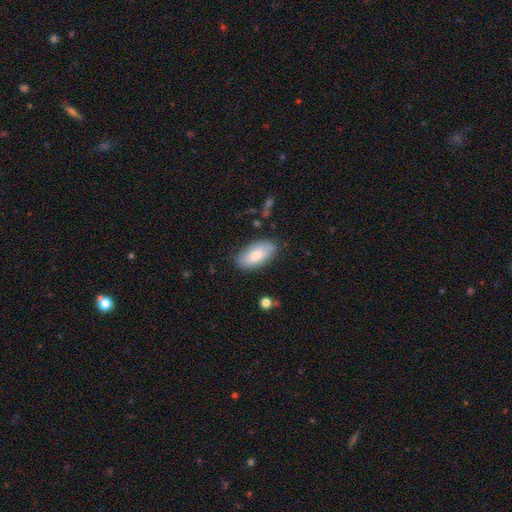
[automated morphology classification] smooth_or_featured: smooth (p=0.79) [alt: featured or disk p=0.16]
how_rounded: in between (p=0.92) [alt: cigar-shaped p=0.06]
merging: none (p=0.81) [alt: minor disturbance p=0.14]